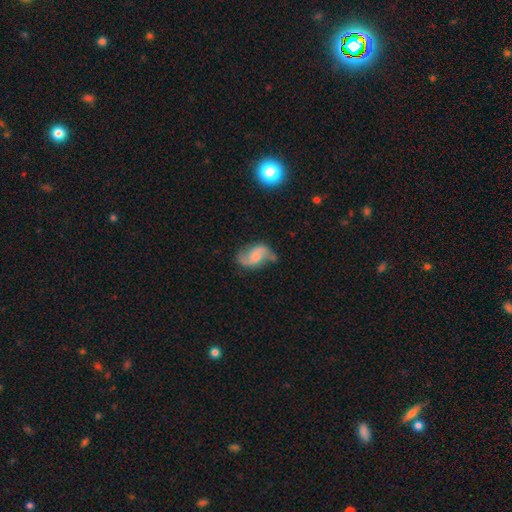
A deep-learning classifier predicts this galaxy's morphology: The model was most divided on "bulge size": small: 40%, moderate: 31%, none: 22%, large: 5%, dominant: 1%. More confident: edge-on disk — no (97%); spiral arms — yes (95%); spiral arm count — 2 (92%); smooth or featured — featured or disk (78%); merging — none (65%); spiral winding — loose (62%); bar — no (54%).